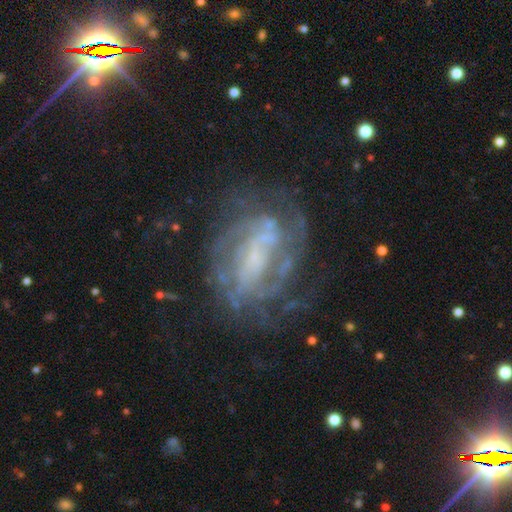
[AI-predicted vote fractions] smooth-or-featured: featured or disk: 82% | star or artifact: 10% | smooth: 9%
  disk-edge-on: no: 96% | yes: 4%
    bar: weak: 38% | no: 33% | strong: 29%
    has-spiral-arms: yes: 84% | no: 16%
      spiral-winding: tight: 50% | medium: 36% | loose: 14%
      spiral-arm-count: can't tell: 41% | 2: 27% | 3: 13% | 4: 7% | 1: 6% | more than 4: 5%
    bulge-size: small: 41% | none: 32% | moderate: 20% | large: 5% | dominant: 2%
  merging: none: 63% | minor disturbance: 18% | major disturbance: 17% | merger: 3%